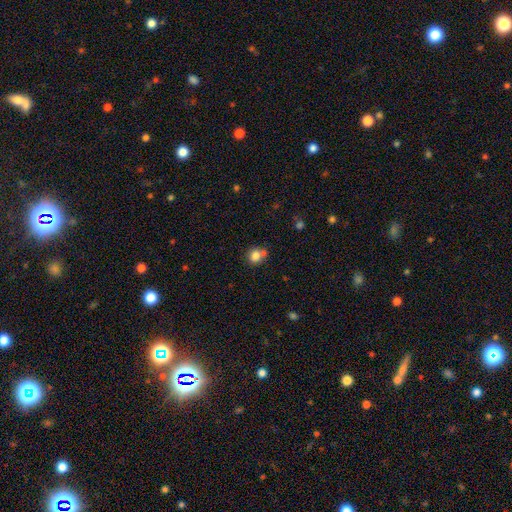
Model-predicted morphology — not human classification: Smooth or featured? Predicted: smooth (p=0.81). How rounded? Predicted: round (p=0.78). Merging? Predicted: none (p=0.55).